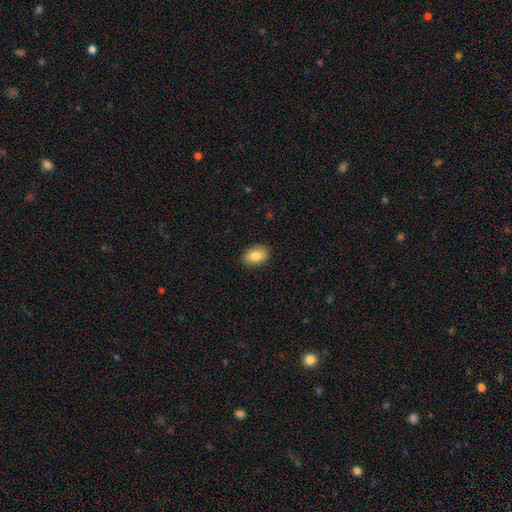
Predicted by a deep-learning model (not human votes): This is clearly a smooth galaxy (84%). How rounded: clearly in between (84%). Merging: clearly none (89%).